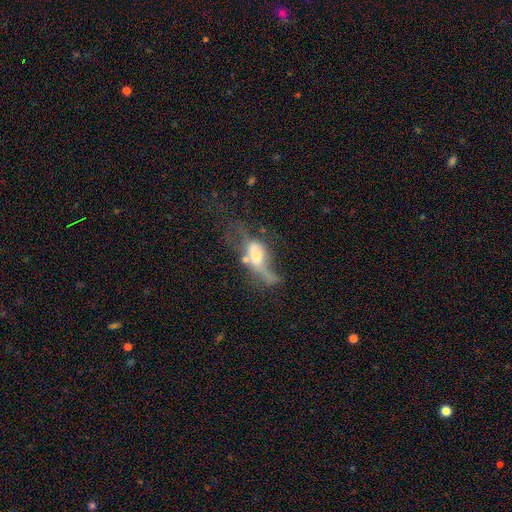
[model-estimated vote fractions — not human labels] Smooth or featured?
  - featured or disk: 50% *
  - smooth: 39%
  - star or artifact: 11%
Merging?
  - major disturbance: 47% *
  - merger: 20%
  - none: 18%
  - minor disturbance: 15%